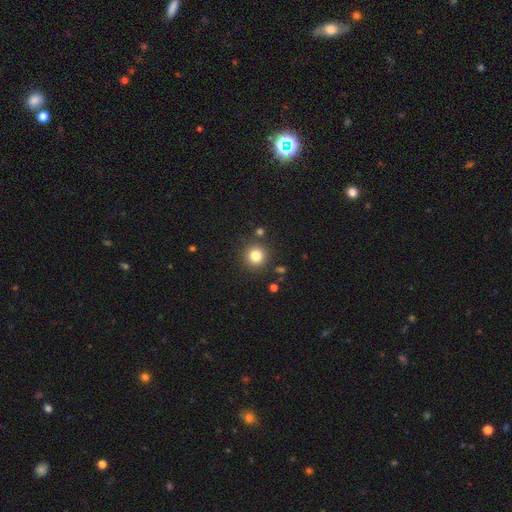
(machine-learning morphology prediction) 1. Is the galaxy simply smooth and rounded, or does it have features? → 81% smooth, 12% star or artifact, 7% featured or disk.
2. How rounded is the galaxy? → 93% round, 6% in between, 1% cigar-shaped.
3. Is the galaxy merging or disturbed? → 87% none, 7% minor disturbance, 4% merger, 3% major disturbance.